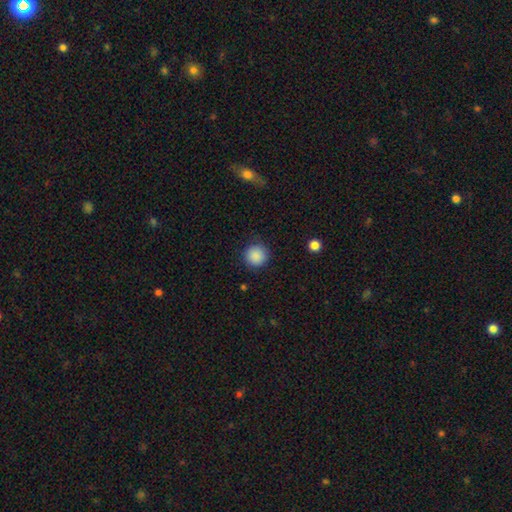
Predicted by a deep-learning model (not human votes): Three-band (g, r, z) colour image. It shows a smooth galaxy with no disk features (88%) that is round (95%). Merging: none (88%).